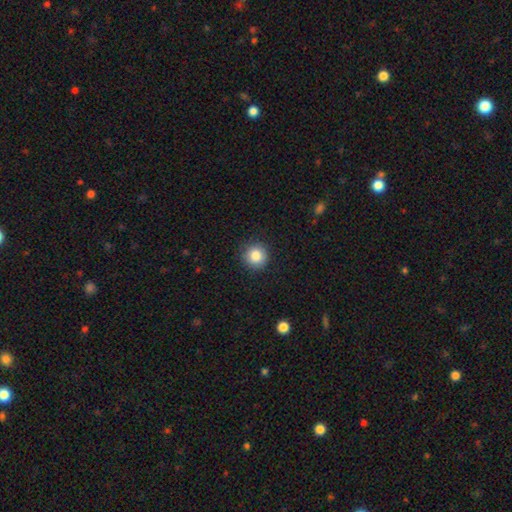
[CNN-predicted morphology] This is clearly a smooth galaxy (85%). How rounded: clearly round (93%). Merging: clearly none (90%).